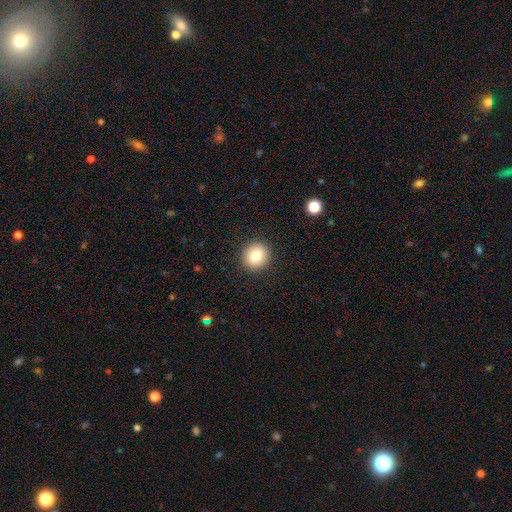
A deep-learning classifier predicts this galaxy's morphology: type=smooth (82%); roundness=round (85%); merging=none (90%).